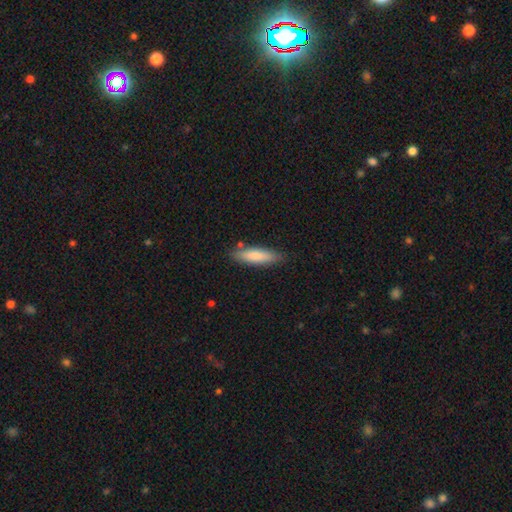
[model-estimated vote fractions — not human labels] This appears to be a smooth galaxy with no disk features (82%) that is cigar-shaped (67%). Merging: none (82%).